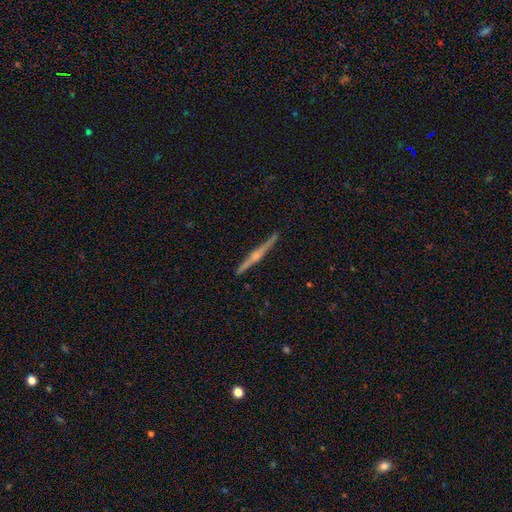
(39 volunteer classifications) A featured or disk galaxy (95%) viewed edge-on (100%) with a rounded central bulge (92%). Merging: none (87%).